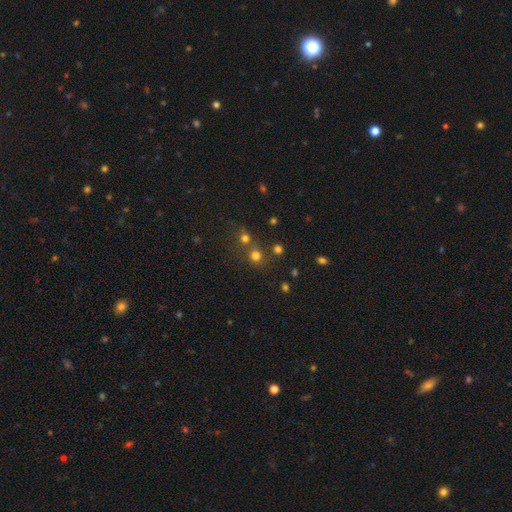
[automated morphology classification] This appears to be a smooth galaxy with no disk features (67%) that is round (88%). Merging: none (62%).